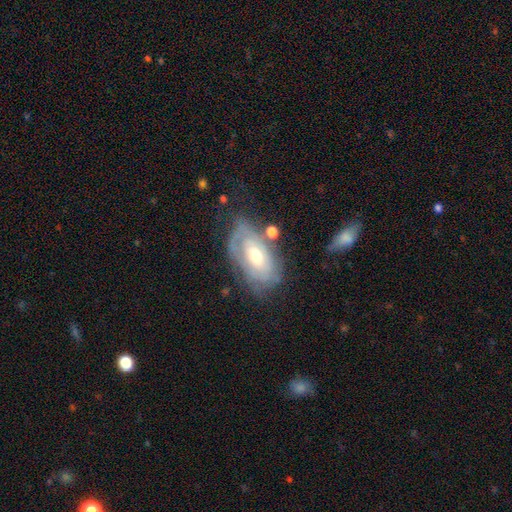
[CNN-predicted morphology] The model was most divided on "bar": no: 61%, weak: 31%, strong: 8%. More confident: edge-on disk — no (92%); spiral arms — yes (74%); smooth or featured — featured or disk (70%); bulge size — moderate (64%); merging — none (60%).